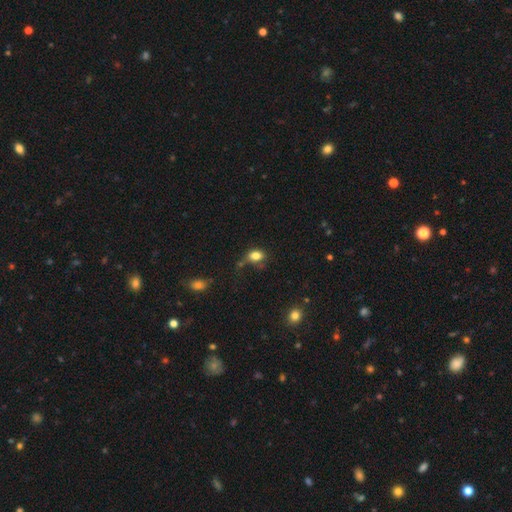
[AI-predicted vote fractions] Smooth or featured? Predicted: smooth (p=0.79). How rounded? Predicted: in between (p=0.68). Merging? Predicted: none (p=0.48).